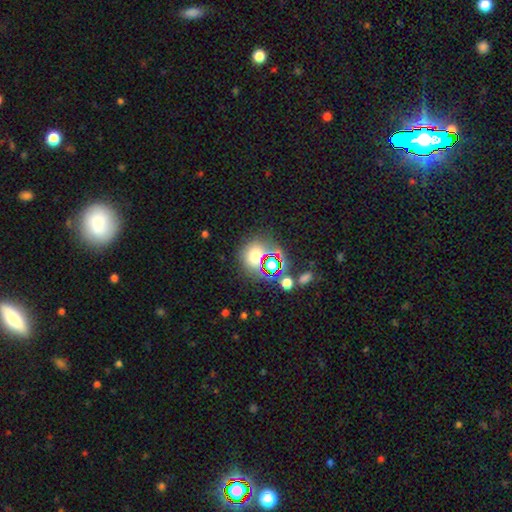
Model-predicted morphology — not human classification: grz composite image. It shows a smooth galaxy with no disk features (58%) that is round (72%). Merging: none (64%).